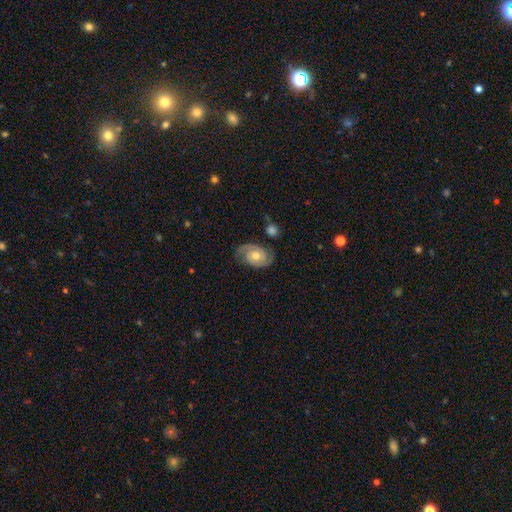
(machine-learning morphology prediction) The model was most divided on "spiral winding": tight: 51%, medium: 39%, loose: 10%. More confident: edge-on disk — no (97%); spiral arms — yes (95%); spiral arm count — 2 (90%); smooth or featured — featured or disk (83%); merging — none (79%); bulge size — moderate (72%); bar — no (71%).